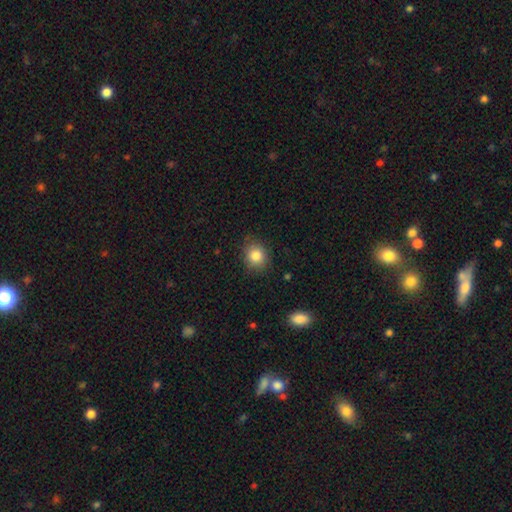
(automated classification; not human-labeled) This appears to be a smooth galaxy with no disk features (85%) that is round (72%). Merging: none (83%).